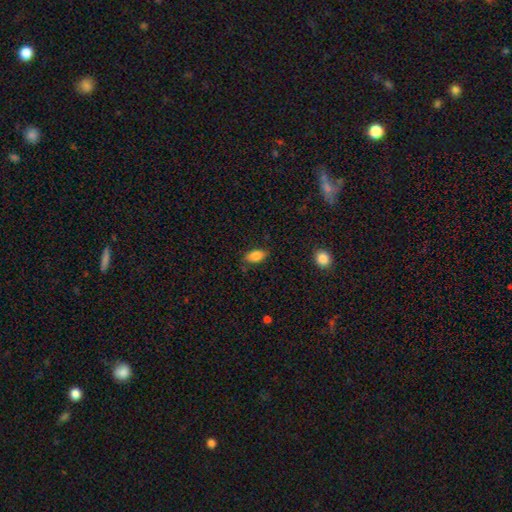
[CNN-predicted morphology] smooth_or_featured: smooth (p=0.85) [alt: star or artifact p=0.08]
how_rounded: in between (p=0.90) [alt: round p=0.05]
merging: none (p=0.81) [alt: minor disturbance p=0.14]